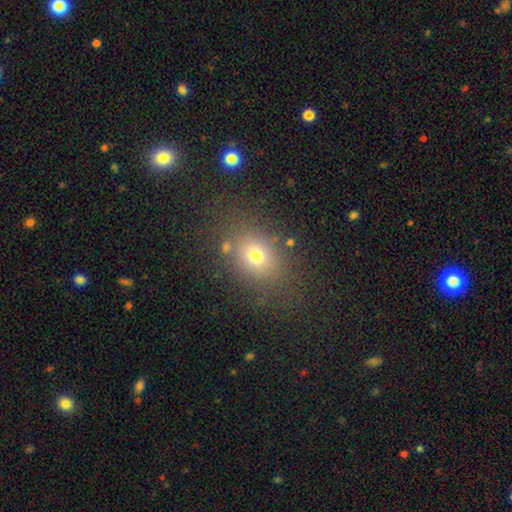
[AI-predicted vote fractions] A smooth galaxy with no disk features (70%) that is in between round and cigar-shaped (54%).

Vote fractions:
- Smooth or featured? smooth: 70% / star or artifact: 18% / featured or disk: 12%
- How rounded? in between: 54% / round: 45% / cigar-shaped: 1%
- Merging? none: 77% / minor disturbance: 12% / major disturbance: 7% / merger: 4%